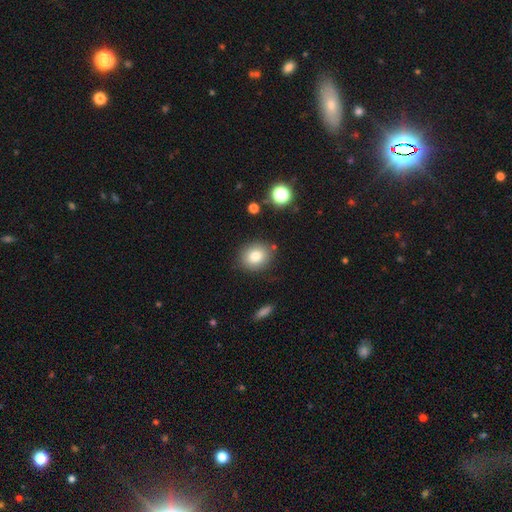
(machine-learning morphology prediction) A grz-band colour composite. It shows a smooth galaxy with no disk features (80%) that is round (64%). Merging: none (84%).